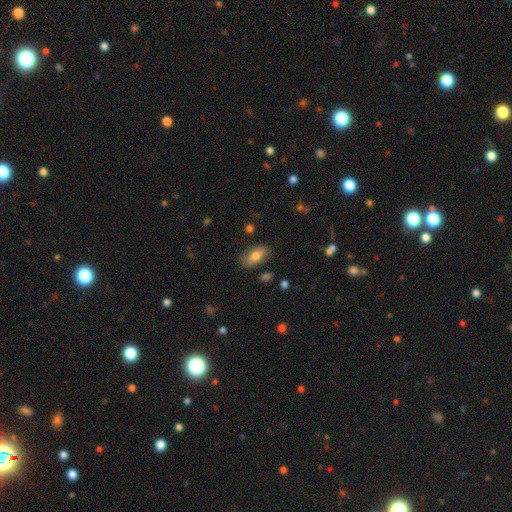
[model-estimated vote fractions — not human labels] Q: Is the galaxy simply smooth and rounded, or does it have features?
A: smooth — 73%.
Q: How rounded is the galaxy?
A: in between — 90%.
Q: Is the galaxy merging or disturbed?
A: none — 81%.